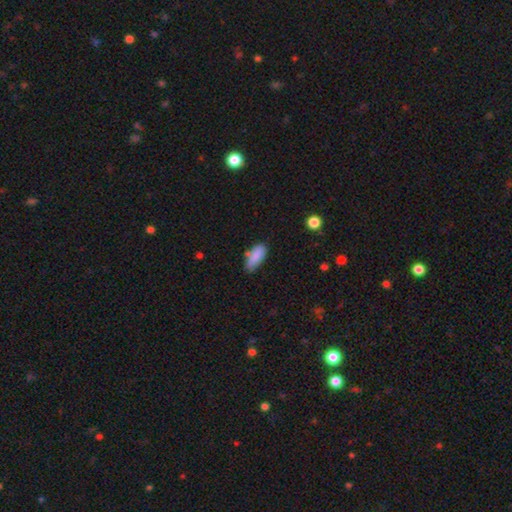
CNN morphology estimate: A smooth galaxy with no disk features (86%) that is in between round and cigar-shaped (78%). Merging: none (65%).